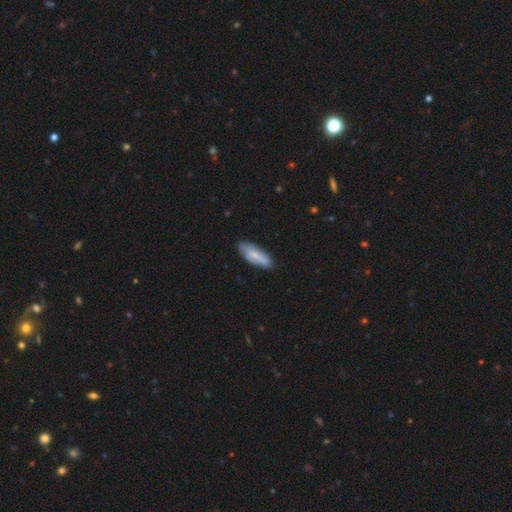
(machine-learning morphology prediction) Smooth or featured? smooth (77%)
How rounded? in between (64%)
Merging? none (77%)